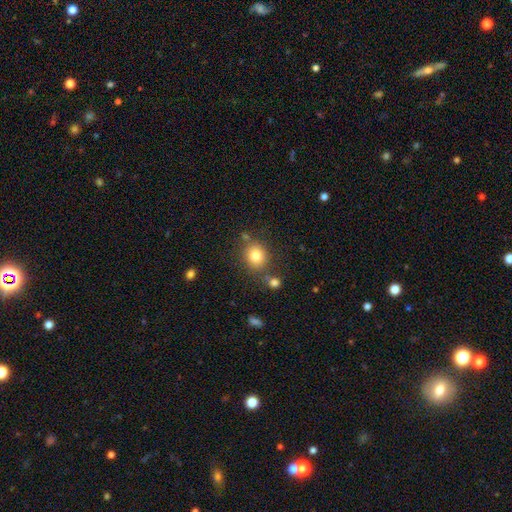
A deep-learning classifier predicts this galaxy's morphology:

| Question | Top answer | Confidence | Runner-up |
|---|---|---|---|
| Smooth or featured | smooth | 80% | star or artifact (11%) |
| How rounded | round | 72% | in between (27%) |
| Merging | none | 74% | minor disturbance (12%) |